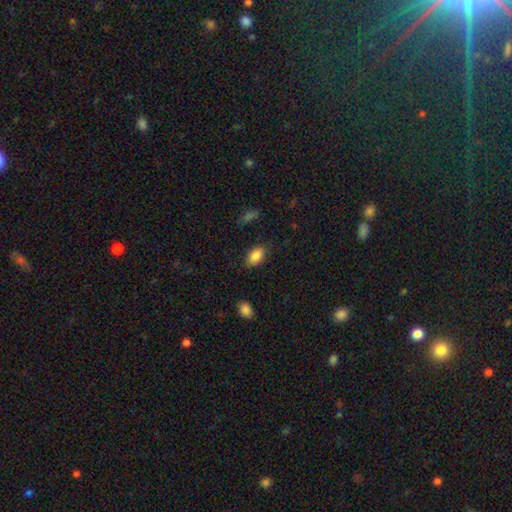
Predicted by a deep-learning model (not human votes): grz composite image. It shows a smooth galaxy with no disk features (85%) that is in between round and cigar-shaped (91%). Merging: none (83%).